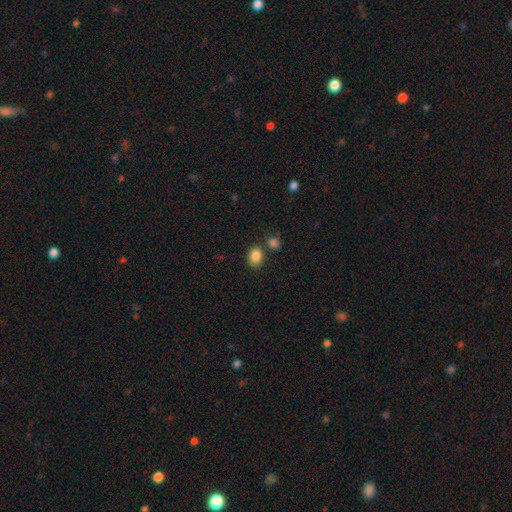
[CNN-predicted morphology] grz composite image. It shows a smooth galaxy with no disk features (86%) that is in between round and cigar-shaped (61%). Merging: none (69%).